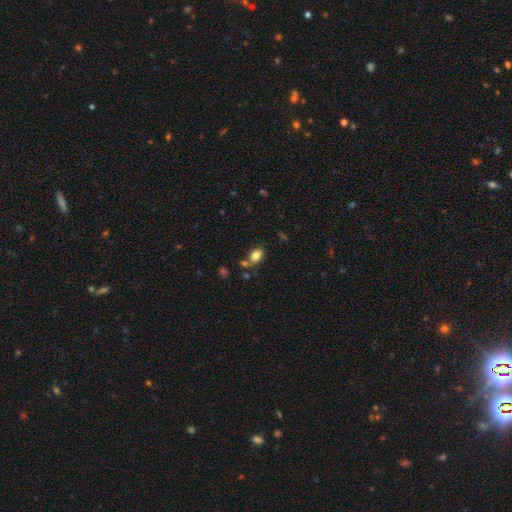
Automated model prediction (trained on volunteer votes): Smooth or featured? smooth (81%)
How rounded? in between (87%)
Merging? none (63%)